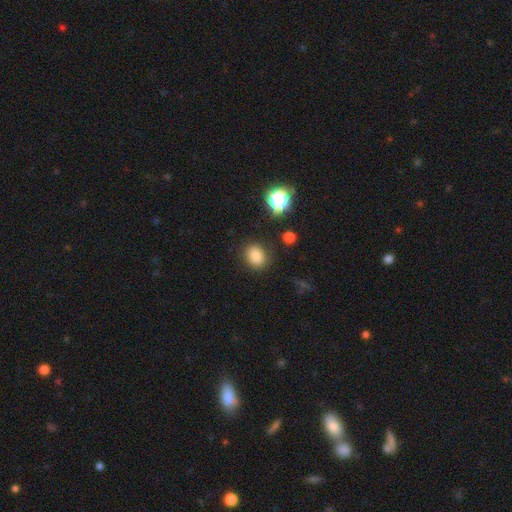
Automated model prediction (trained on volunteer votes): smooth-or-featured: smooth: 80% | star or artifact: 14% | featured or disk: 6%
  how-rounded: round: 50% | in between: 49% | cigar-shaped: 1%
  merging: none: 85% | minor disturbance: 10% | major disturbance: 3% | merger: 2%